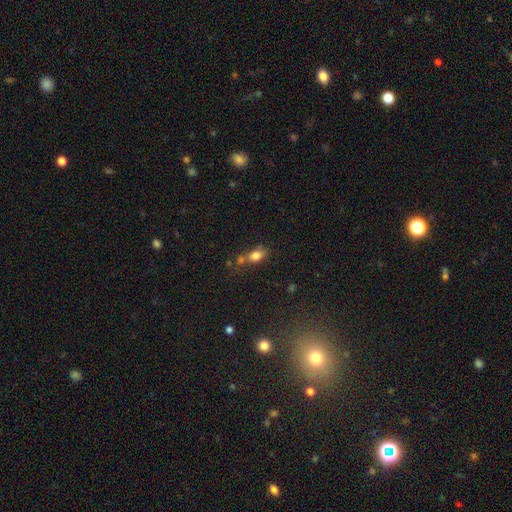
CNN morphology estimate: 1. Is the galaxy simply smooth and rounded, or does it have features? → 78% smooth, 12% star or artifact, 10% featured or disk.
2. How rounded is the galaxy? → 74% in between, 22% round, 5% cigar-shaped.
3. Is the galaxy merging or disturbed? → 47% none, 28% merger, 18% minor disturbance, 7% major disturbance.